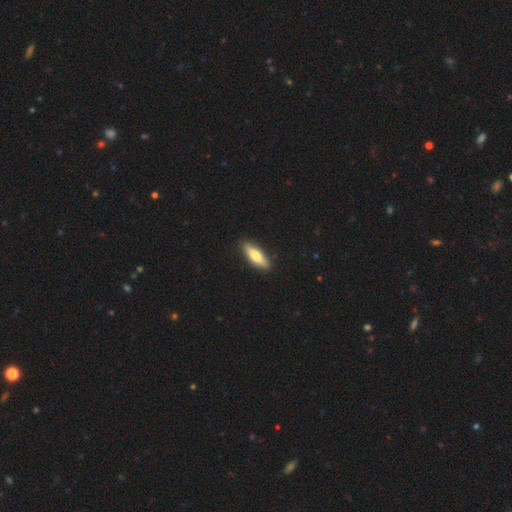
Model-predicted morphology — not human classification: smooth_or_featured: smooth (p=0.67) [alt: featured or disk p=0.28]
how_rounded: cigar-shaped (p=0.54) [alt: in between p=0.44]
merging: none (p=0.90) [alt: minor disturbance p=0.07]